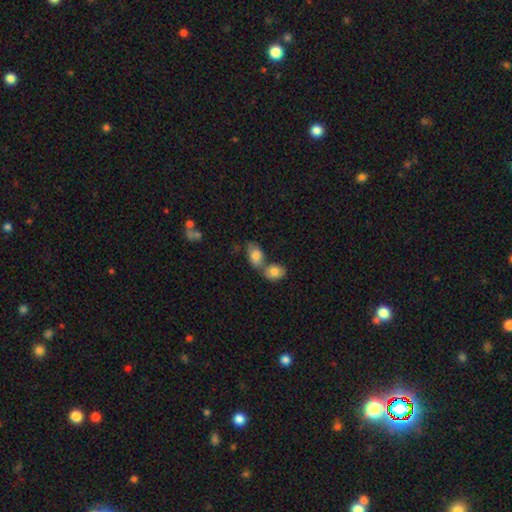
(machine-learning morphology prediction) A smooth galaxy with no disk features (79%) that is in between round and cigar-shaped (85%).

Vote fractions:
- Smooth or featured? smooth: 79% / featured or disk: 13% / star or artifact: 8%
- How rounded? in between: 85% / round: 13% / cigar-shaped: 2%
- Merging? merger: 50% / none: 33% / minor disturbance: 12% / major disturbance: 5%